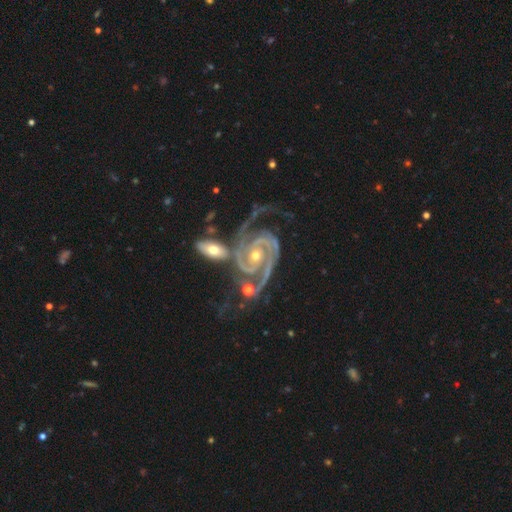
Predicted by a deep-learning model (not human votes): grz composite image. It shows a featured or disk galaxy (94%) with no bar (62%), 2 (67%) tight (60%) spiral arms (99%) and a small central bulge (57%). Merging: none (42%).